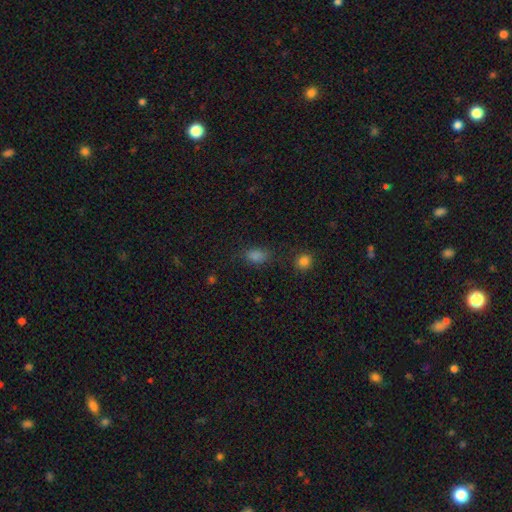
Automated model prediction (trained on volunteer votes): A smooth galaxy with no disk features (78%) that is in between round and cigar-shaped (79%).

Vote fractions:
- Smooth or featured? smooth: 78% / star or artifact: 17% / featured or disk: 5%
- How rounded? in between: 79% / round: 18% / cigar-shaped: 3%
- Merging? none: 75% / minor disturbance: 16% / major disturbance: 6% / merger: 3%